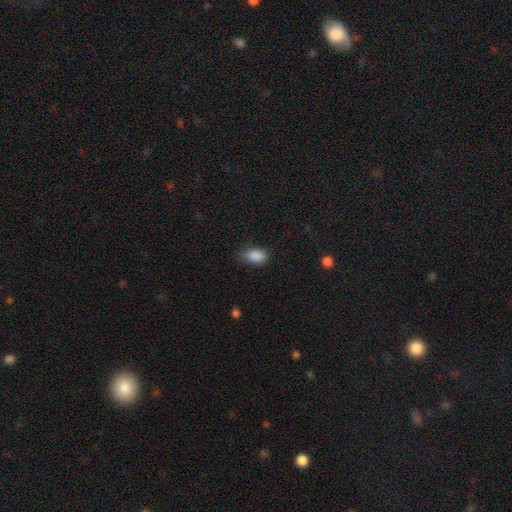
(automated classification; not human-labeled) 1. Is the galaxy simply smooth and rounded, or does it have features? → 88% smooth, 8% star or artifact, 4% featured or disk.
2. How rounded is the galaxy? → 86% in between, 13% round, 1% cigar-shaped.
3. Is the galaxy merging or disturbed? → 65% none, 27% minor disturbance, 6% major disturbance, 1% merger.